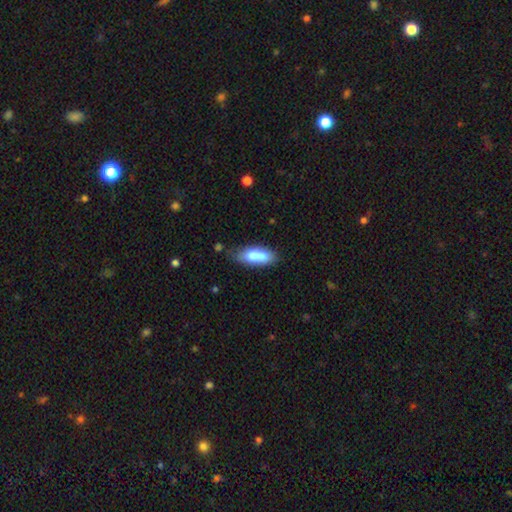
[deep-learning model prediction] The model was most divided on "merging": none: 53%, minor disturbance: 25%, merger: 15%, major disturbance: 7%. More confident: smooth or featured — smooth (76%); how rounded — in between (70%).